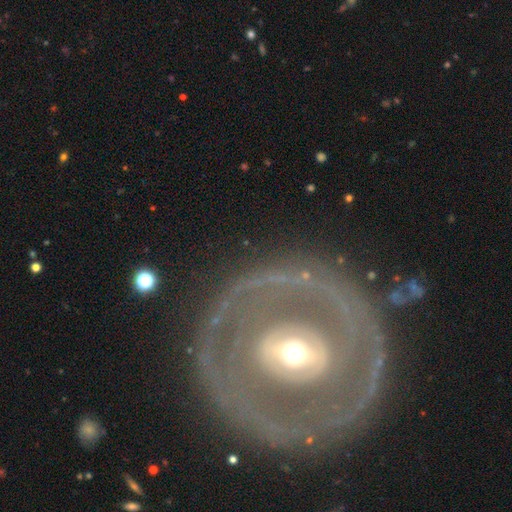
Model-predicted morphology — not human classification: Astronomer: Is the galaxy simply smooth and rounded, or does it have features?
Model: featured or disk — 76%.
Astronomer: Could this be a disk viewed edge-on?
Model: no — 94%.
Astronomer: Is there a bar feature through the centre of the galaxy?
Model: no — 50% (runner-up: weak, 28%).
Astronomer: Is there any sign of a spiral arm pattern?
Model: no — 59% (runner-up: yes, 41%).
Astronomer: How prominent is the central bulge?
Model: moderate — 63%.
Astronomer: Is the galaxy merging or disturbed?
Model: none — 78%.